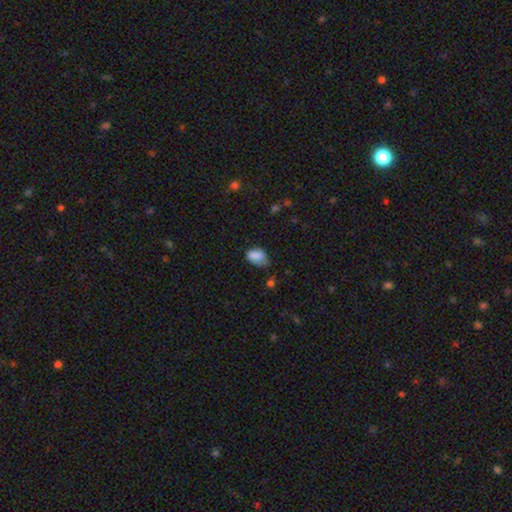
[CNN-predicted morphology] Q: Smooth or featured?
A: smooth (83%); runner-up: star or artifact (9%)
Q: How rounded?
A: in between (83%); runner-up: round (16%)
Q: Merging?
A: none (43%); runner-up: minor disturbance (42%)